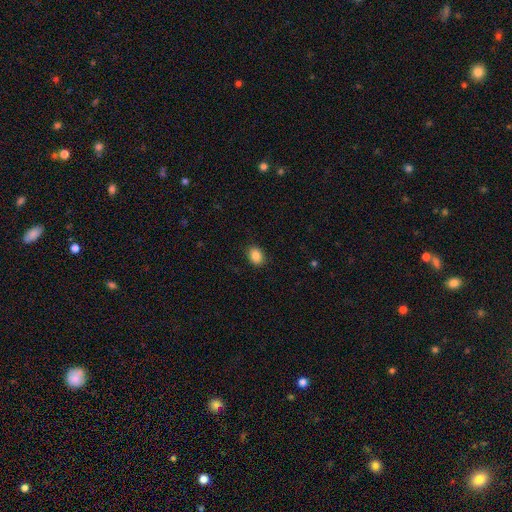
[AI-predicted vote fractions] A smooth galaxy with no disk features (87%) that is in between round and cigar-shaped (61%).

Vote fractions:
- Smooth or featured? smooth: 87% / star or artifact: 9% / featured or disk: 4%
- How rounded? in between: 61% / round: 38% / cigar-shaped: 1%
- Merging? none: 89% / minor disturbance: 8% / major disturbance: 2% / merger: 1%